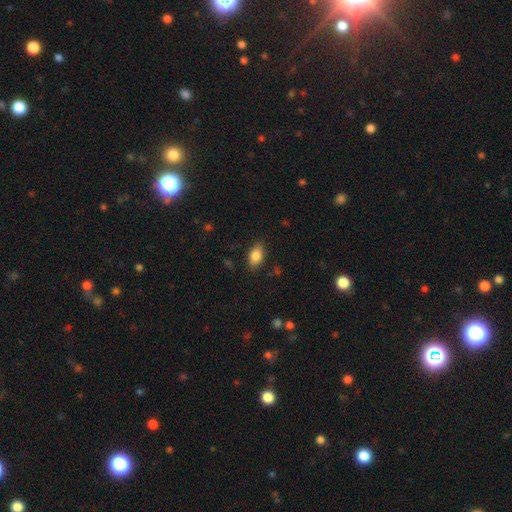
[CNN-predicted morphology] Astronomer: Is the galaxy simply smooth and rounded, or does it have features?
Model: smooth — 85%.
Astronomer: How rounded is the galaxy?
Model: in between — 89%.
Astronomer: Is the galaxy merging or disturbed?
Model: none — 85%.